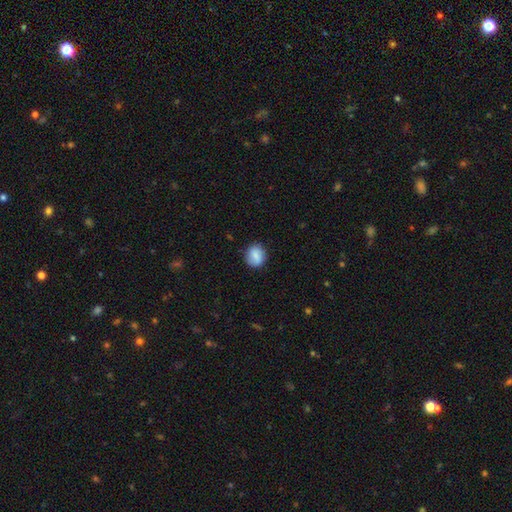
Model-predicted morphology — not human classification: smooth 78%, featured or disk 15%, star or artifact 8%. Down the decision tree: how rounded — round (73%); merging — none (83%).